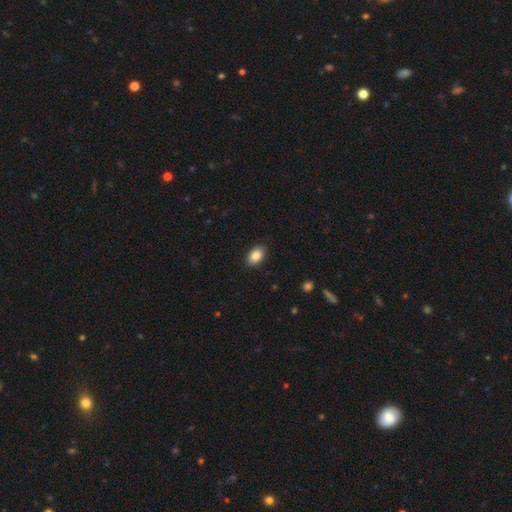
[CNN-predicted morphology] Smooth or featured?
  - smooth: 86% *
  - star or artifact: 8%
  - featured or disk: 6%
How rounded?
  - in between: 86% *
  - round: 12%
  - cigar-shaped: 1%
Merging?
  - none: 88% *
  - minor disturbance: 9%
  - major disturbance: 2%
  - merger: 1%